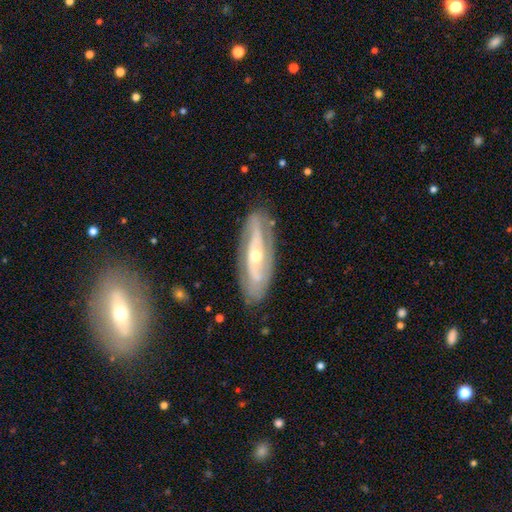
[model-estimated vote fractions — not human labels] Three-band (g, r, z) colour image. It shows a featured or disk galaxy (83%) with no bar (54%), 2 (72%) tight (41%) spiral arms (85%) and a moderate central bulge (51%). Merging: none (82%).